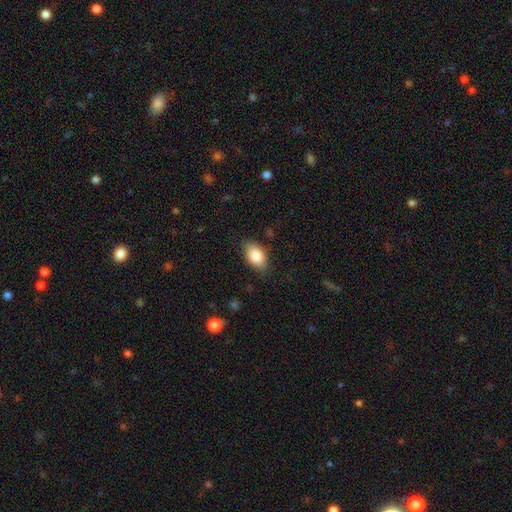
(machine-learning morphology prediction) A smooth galaxy with no disk features (86%) that is in between round and cigar-shaped (92%). Merging: none (81%).